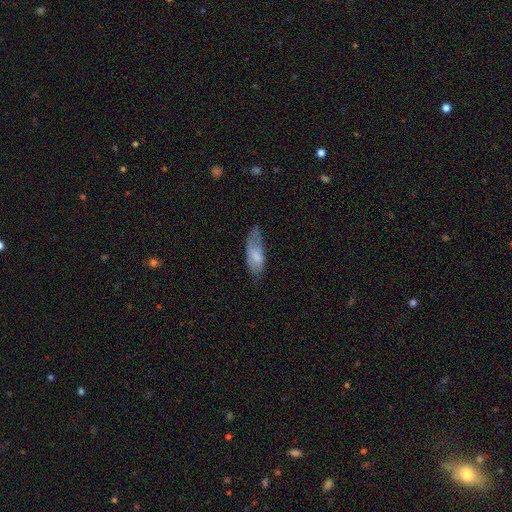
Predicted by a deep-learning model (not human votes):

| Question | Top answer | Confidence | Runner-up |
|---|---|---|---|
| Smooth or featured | smooth | 69% | featured or disk (24%) |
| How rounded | in between | 75% | cigar-shaped (23%) |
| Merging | none | 45% | minor disturbance (35%) |